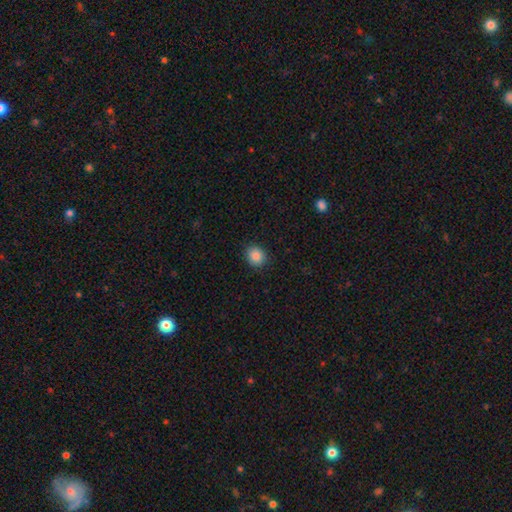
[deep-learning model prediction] Q: Smooth or featured?
A: smooth (87%); runner-up: star or artifact (9%)
Q: How rounded?
A: round (70%); runner-up: in between (29%)
Q: Merging?
A: none (89%); runner-up: minor disturbance (8%)